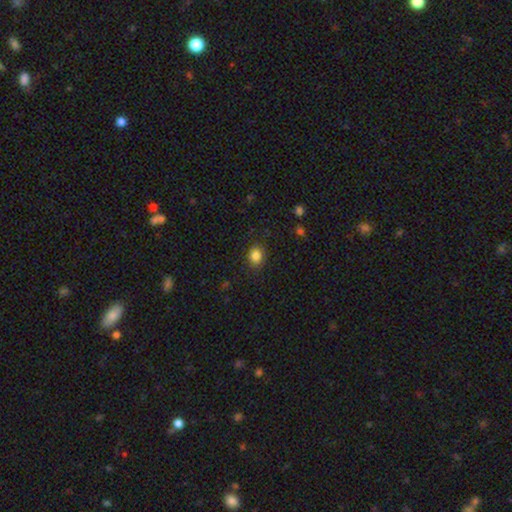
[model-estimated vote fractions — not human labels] Smooth or featured: smooth — 84% (star or artifact — 10%)
How rounded: round — 53% (in between — 46%)
Merging: none — 86% (minor disturbance — 10%)